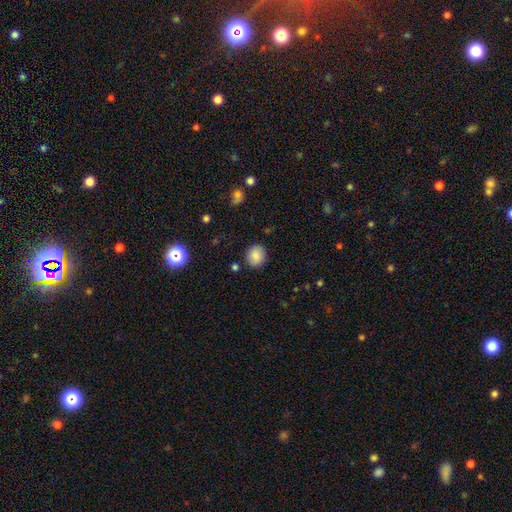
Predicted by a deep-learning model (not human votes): A smooth galaxy with no disk features (85%) that is round (73%). Merging: none (87%).